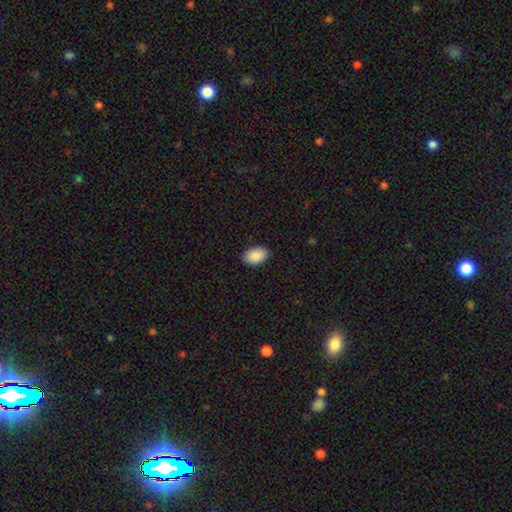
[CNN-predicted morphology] This appears to be a smooth galaxy with no disk features (91%) that is in between round and cigar-shaped (92%). Merging: none (89%).